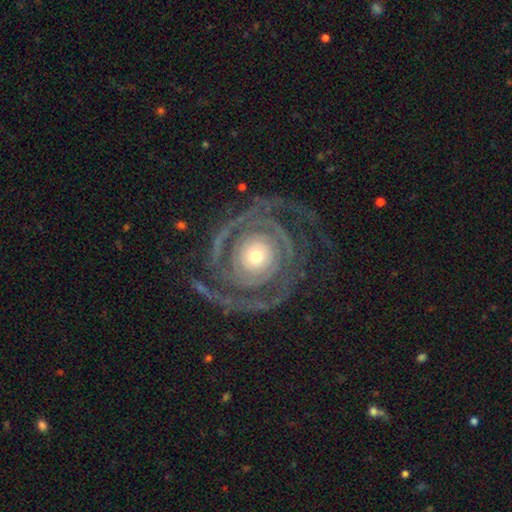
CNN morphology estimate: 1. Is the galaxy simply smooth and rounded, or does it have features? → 90% featured or disk, 6% smooth, 4% star or artifact.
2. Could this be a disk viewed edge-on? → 97% no, 3% yes.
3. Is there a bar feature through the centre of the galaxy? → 82% no, 11% weak, 7% strong.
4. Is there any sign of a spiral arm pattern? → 95% yes, 5% no.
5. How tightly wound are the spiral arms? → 73% tight, 20% medium, 7% loose.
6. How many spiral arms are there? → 45% 2, 16% can't tell, 16% 3, 8% 4, 8% 1, 7% more than 4.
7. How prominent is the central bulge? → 44% moderate (tied), 44% small (tied), 8% large, 2% dominant, 1% none.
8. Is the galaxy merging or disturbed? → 71% none, 14% major disturbance, 13% minor disturbance, 2% merger.